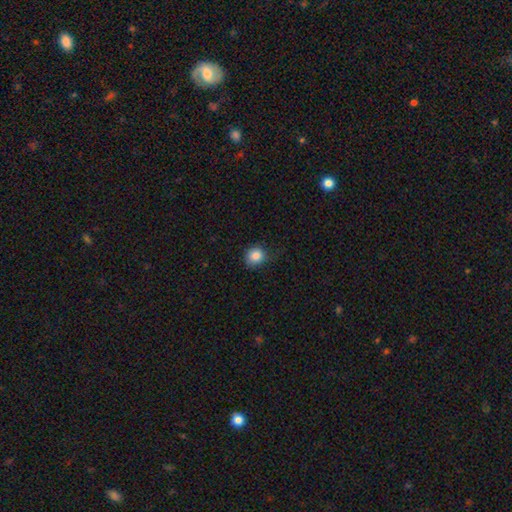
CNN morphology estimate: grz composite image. It shows a smooth galaxy with no disk features (85%) that is round (81%). Merging: none (76%).